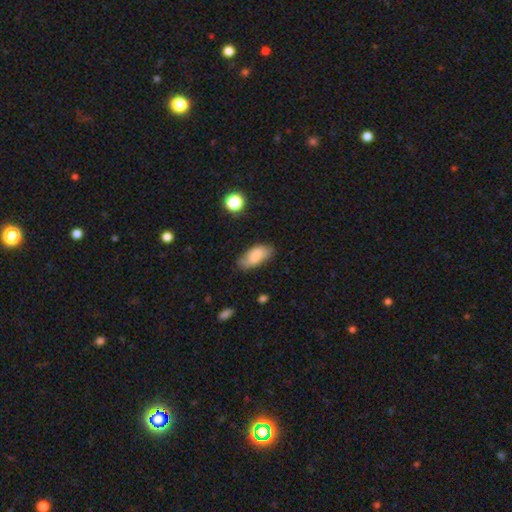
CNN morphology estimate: This appears to be a smooth galaxy with no disk features (80%) that is in between round and cigar-shaped (90%). Merging: none (74%).